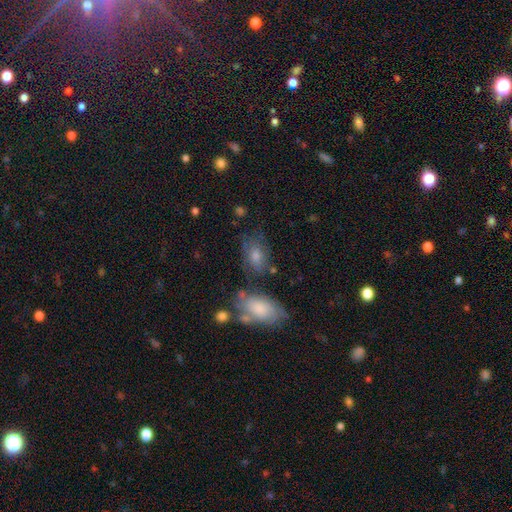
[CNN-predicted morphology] This is likely a smooth galaxy (61%). How rounded: likely in between (80%). Merging: possibly none (57%).